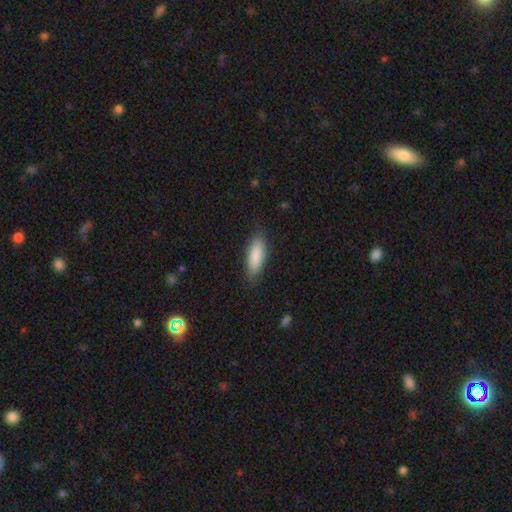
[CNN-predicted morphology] smooth-or-featured: smooth: 86% | featured or disk: 8% | star or artifact: 5%
  how-rounded: in between: 63% | cigar-shaped: 35% | round: 2%
  merging: none: 81% | minor disturbance: 14% | major disturbance: 3% | merger: 1%